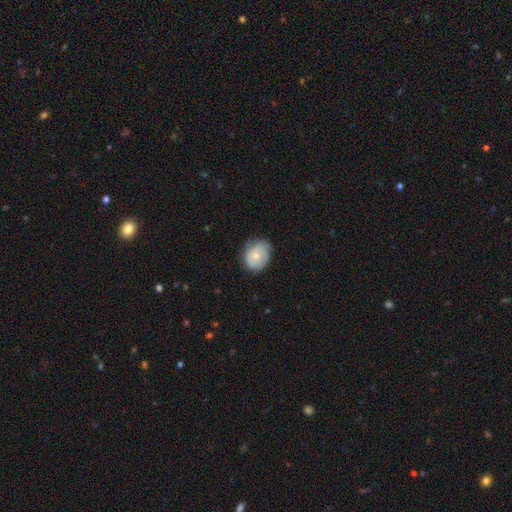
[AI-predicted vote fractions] Q: Smooth or featured?
A: smooth (61%); runner-up: featured or disk (32%)
Q: How rounded?
A: round (57%); runner-up: in between (42%)
Q: Merging?
A: none (65%); runner-up: minor disturbance (28%)